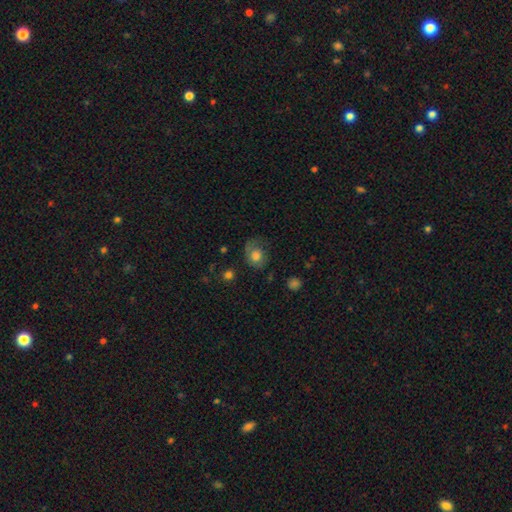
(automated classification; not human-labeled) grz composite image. It shows a smooth galaxy with no disk features (71%) that is round (58%). Merging: none (49%).